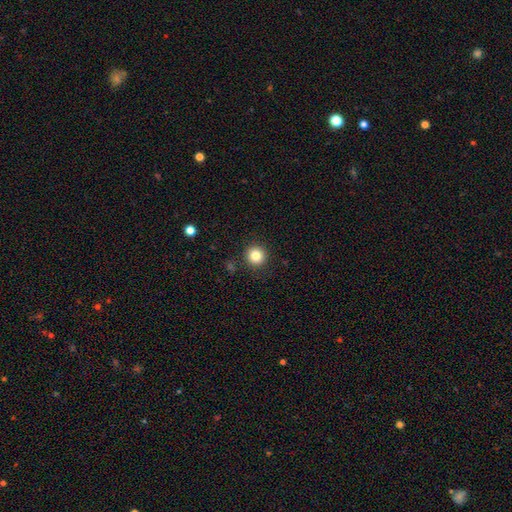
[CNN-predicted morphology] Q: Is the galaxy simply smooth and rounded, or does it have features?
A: smooth — 83%.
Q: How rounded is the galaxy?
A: round — 94%.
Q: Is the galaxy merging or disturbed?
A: none — 90%.